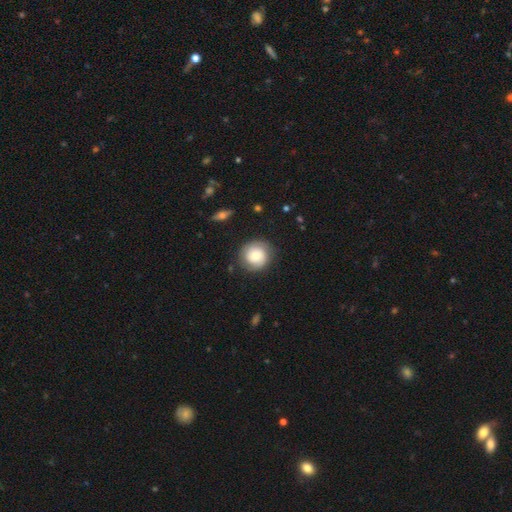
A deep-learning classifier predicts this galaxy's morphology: Overall: smooth (58%; featured or disk 34%). How rounded: round (91%). Merging: none (82%).